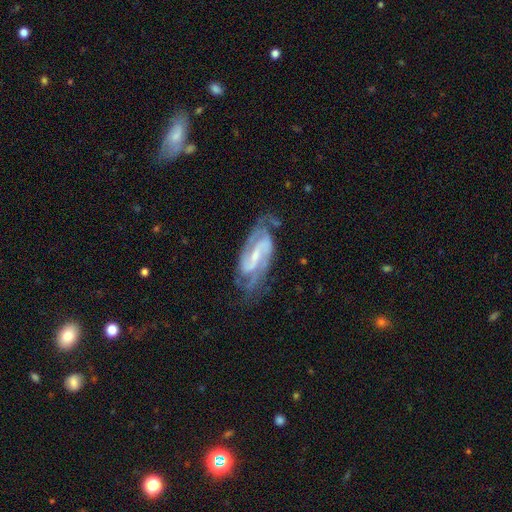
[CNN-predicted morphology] Smooth or featured? featured or disk (90%)
Edge-on disk? no (95%)
Bar? strong (52%)
Spiral arms? yes (98%)
Spiral winding? medium (50%)
Spiral arm count? 2 (88%)
Bulge size? small (67%)
Merging? none (74%)